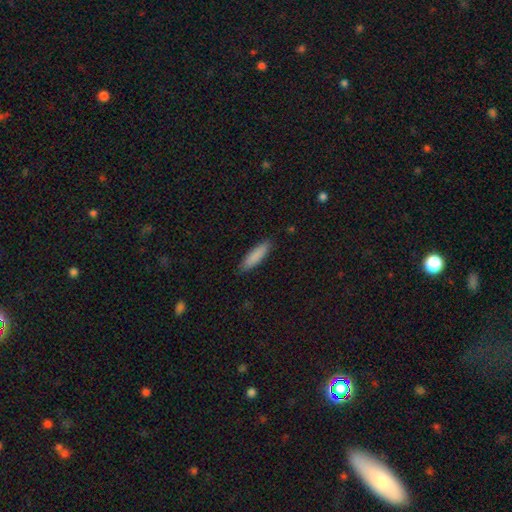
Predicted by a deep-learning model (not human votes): smooth-or-featured: smooth: 86% | featured or disk: 8% | star or artifact: 6%
  how-rounded: cigar-shaped: 70% | in between: 29% | round: 1%
  merging: none: 87% | minor disturbance: 10% | major disturbance: 2% | merger: 1%